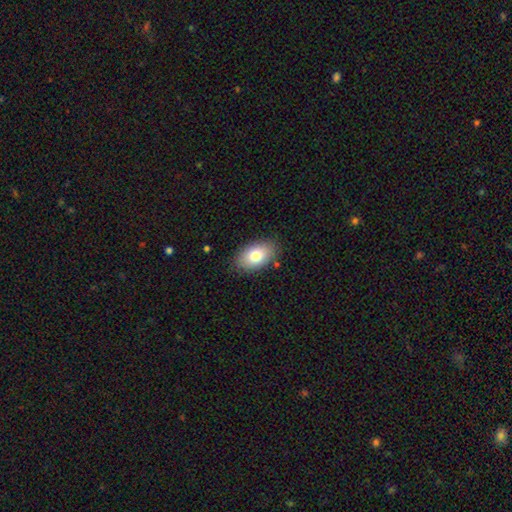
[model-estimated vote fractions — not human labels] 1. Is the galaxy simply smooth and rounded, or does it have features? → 79% smooth, 14% featured or disk, 8% star or artifact.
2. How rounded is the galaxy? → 91% in between, 8% round, 1% cigar-shaped.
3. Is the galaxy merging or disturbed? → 85% none, 11% minor disturbance, 3% major disturbance, 1% merger.